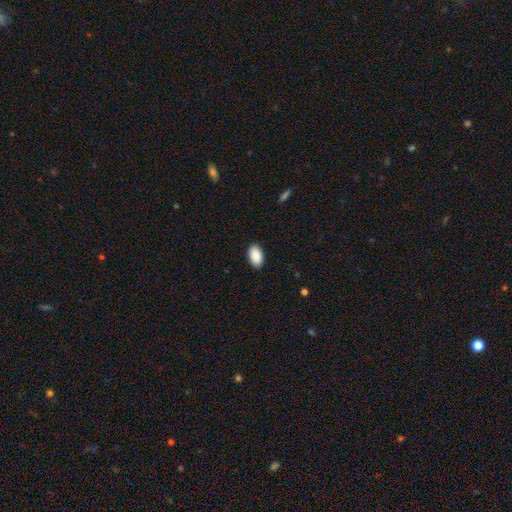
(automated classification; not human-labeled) Overall: smooth (91%). How rounded: in between (95%). Merging: none (90%).